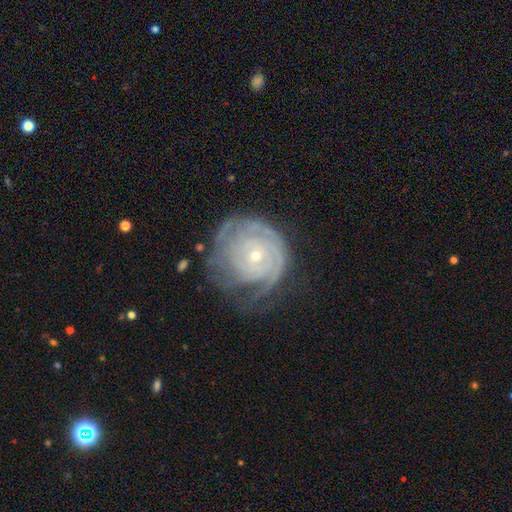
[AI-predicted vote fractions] Overall: featured or disk (82%). Edge-on disk: no (97%). Bar: no (82%). Spiral arms: yes (92%). Spiral arm count: can't tell (43%; 3 16%). Spiral winding: tight (81%). Bulge size: small (73%). Merging: none (58%; minor disturbance 24%).